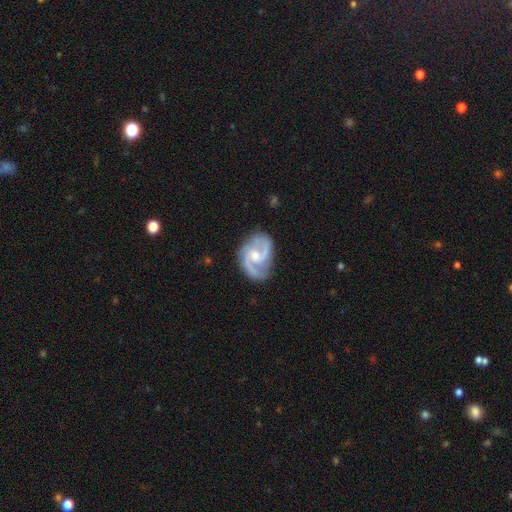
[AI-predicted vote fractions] Overall: featured or disk (89%). Edge-on disk: no (98%). Bar: weak (47%; no 44%). Spiral arms: yes (97%). Spiral arm count: 2 (89%). Spiral winding: medium (59%; loose 23%). Bulge size: small (47%, tied with moderate). Merging: none (74%).